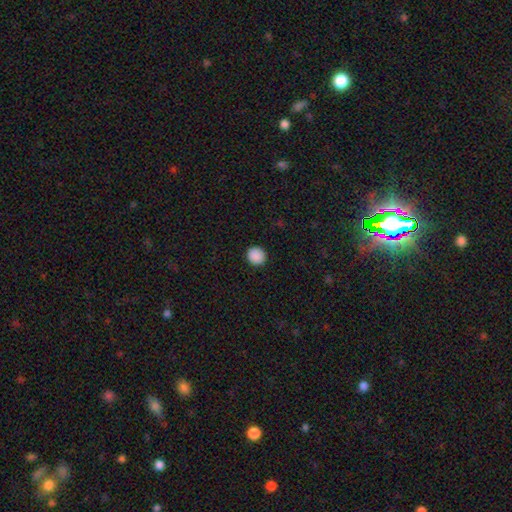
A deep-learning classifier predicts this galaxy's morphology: smooth-or-featured: smooth: 89% | star or artifact: 9% | featured or disk: 2%
  how-rounded: round: 91% | in between: 8% | cigar-shaped: 1%
  merging: none: 92% | minor disturbance: 5% | major disturbance: 2% | merger: 1%